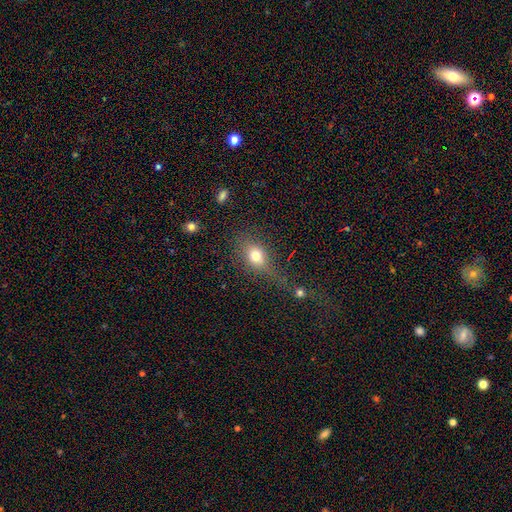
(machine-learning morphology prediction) Overall: smooth (72%). How rounded: in between (58%; round 38%). Merging: none (52%; minor disturbance 21%).